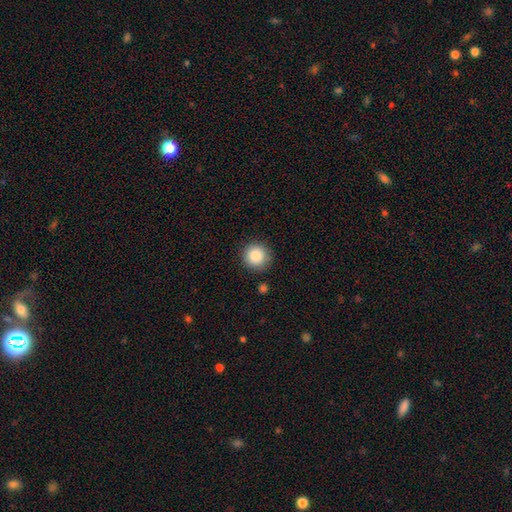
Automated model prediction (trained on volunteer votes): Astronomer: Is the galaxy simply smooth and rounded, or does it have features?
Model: smooth — 87%.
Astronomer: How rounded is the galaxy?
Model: round — 94%.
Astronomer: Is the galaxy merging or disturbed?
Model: none — 88%.